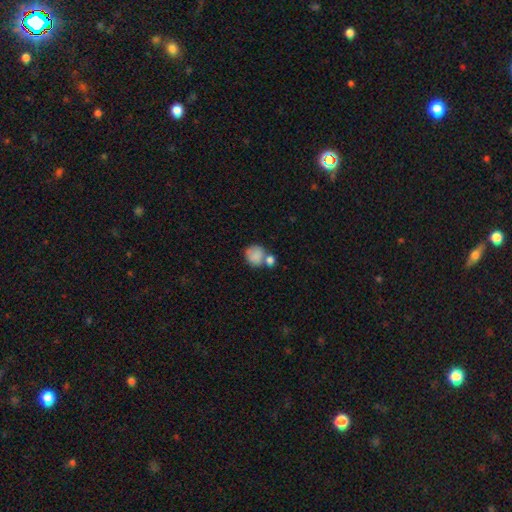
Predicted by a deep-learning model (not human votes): Smooth or featured: smooth — 83% (featured or disk — 10%)
How rounded: round — 80% (in between — 19%)
Merging: none — 41% (merger — 39%)